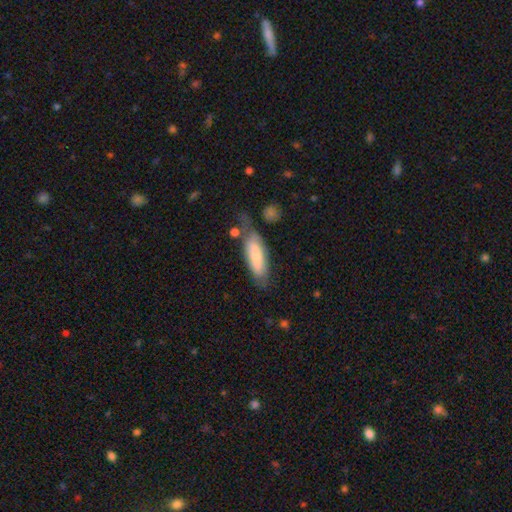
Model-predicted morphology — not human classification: The model was most divided on "how rounded": in between: 57%, cigar-shaped: 42%, round: 2%. More confident: smooth or featured — smooth (68%); merging — none (52%).